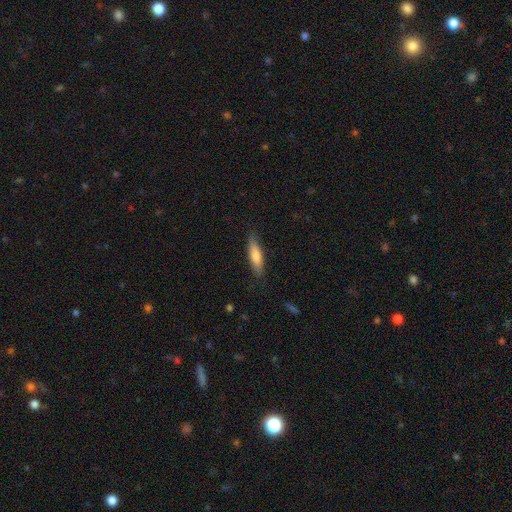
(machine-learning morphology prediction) This is likely a smooth galaxy (72%). How rounded: likely cigar-shaped (68%). Merging: clearly none (83%).